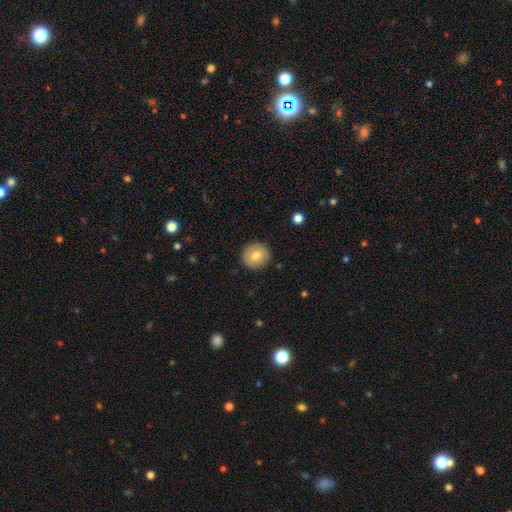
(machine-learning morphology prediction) This appears to be a smooth galaxy with no disk features (75%) that is round (92%). Merging: none (90%).